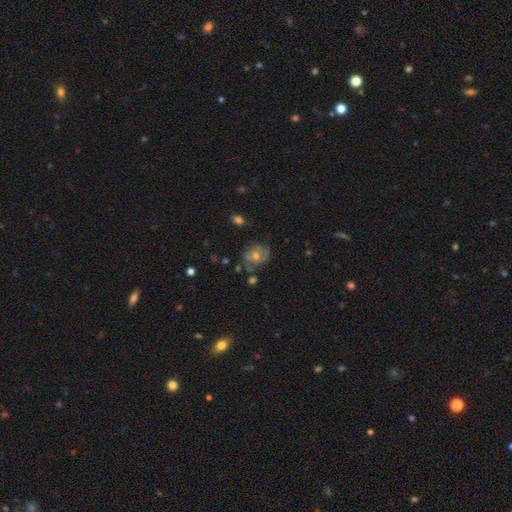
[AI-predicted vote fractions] This is possibly a featured or disk galaxy (50%). It is clearly not viewed edge-on (96%). Merging: likely none (68%).